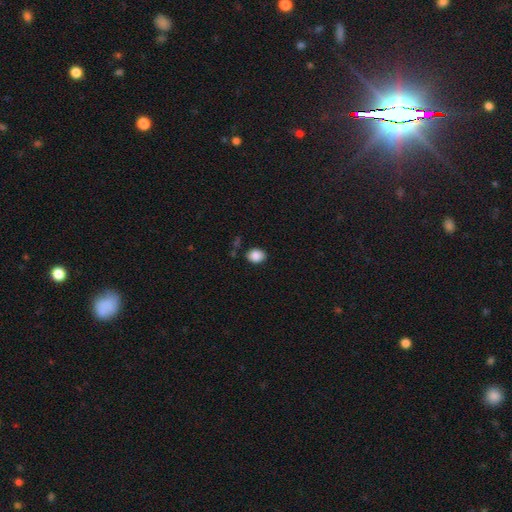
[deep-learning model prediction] Morphology: type=smooth (87%); roundness=in between (58%); merging=none (79%).